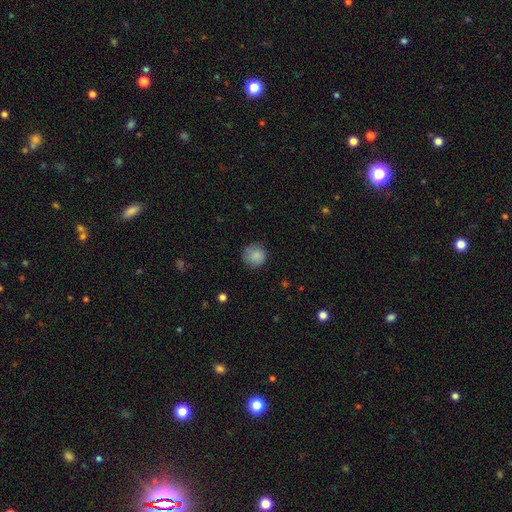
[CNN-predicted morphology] Q: Smooth or featured?
A: smooth (86%); runner-up: star or artifact (8%)
Q: How rounded?
A: round (92%); runner-up: in between (7%)
Q: Merging?
A: none (83%); runner-up: minor disturbance (13%)